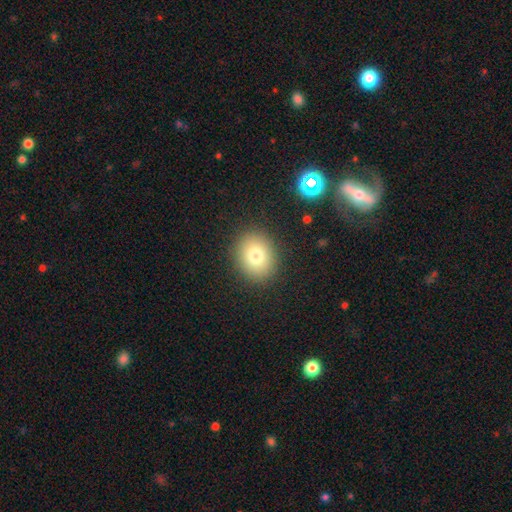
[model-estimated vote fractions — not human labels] A smooth galaxy with no disk features (79%) that is round (66%). Merging: none (89%).